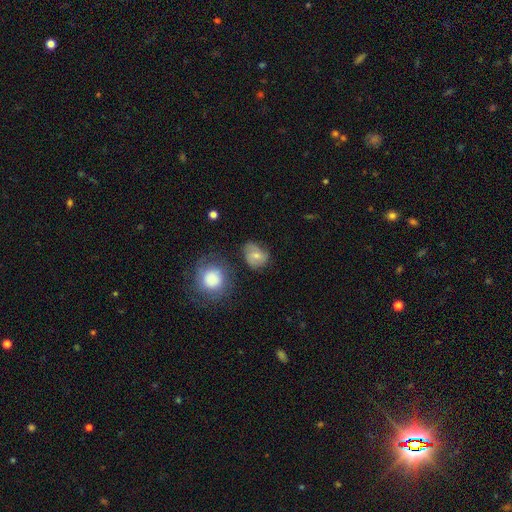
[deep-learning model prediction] Q: Smooth or featured?
A: smooth (45%); runner-up: featured or disk (44%)
Q: Merging?
A: none (62%); runner-up: minor disturbance (23%)